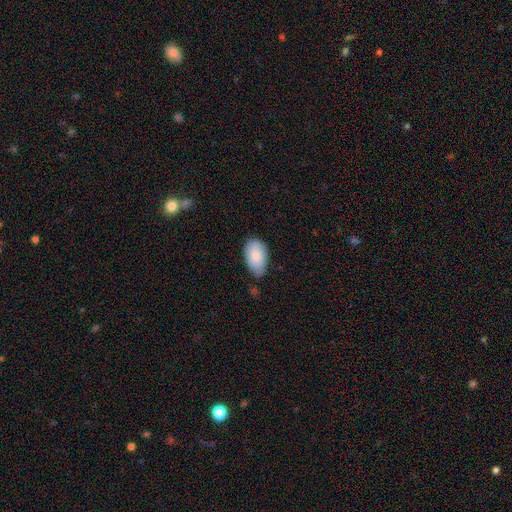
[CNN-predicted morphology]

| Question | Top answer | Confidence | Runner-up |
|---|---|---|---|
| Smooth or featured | smooth | 81% | featured or disk (12%) |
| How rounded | in between | 94% | round (5%) |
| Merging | none | 61% | minor disturbance (31%) |